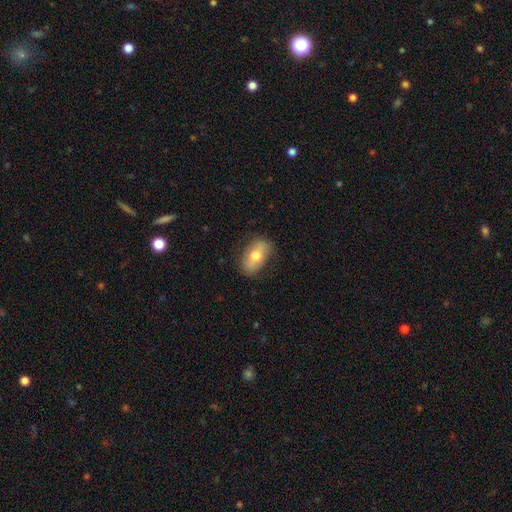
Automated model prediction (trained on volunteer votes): smooth-or-featured: smooth: 65% | featured or disk: 28% | star or artifact: 7%
  how-rounded: in between: 89% | round: 7% | cigar-shaped: 4%
  merging: none: 82% | minor disturbance: 14% | major disturbance: 3% | merger: 1%